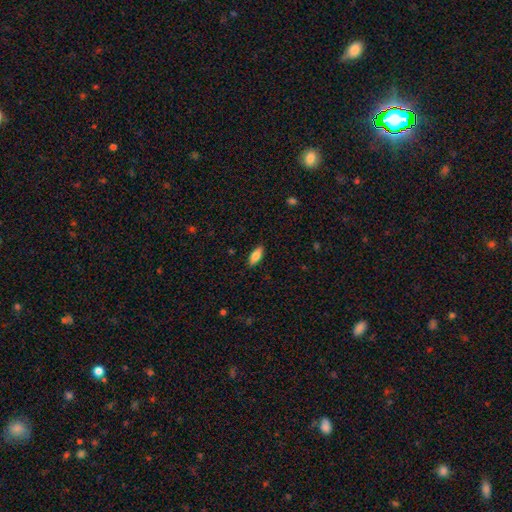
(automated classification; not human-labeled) This is clearly a smooth galaxy (81%). How rounded: likely in between (79%). Merging: clearly none (87%).